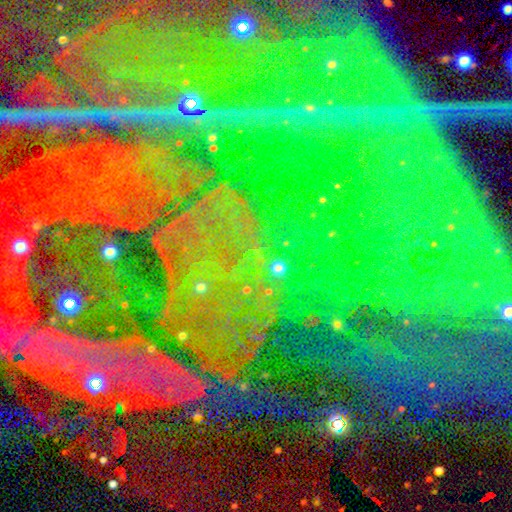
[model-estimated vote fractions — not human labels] Q: Smooth or featured?
A: star or artifact (88%); runner-up: featured or disk (7%)